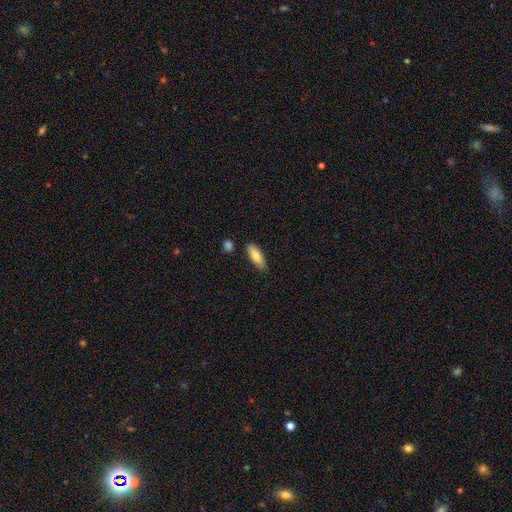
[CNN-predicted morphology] This is likely a smooth galaxy (80%). How rounded: likely in between (63%). Merging: likely none (79%).